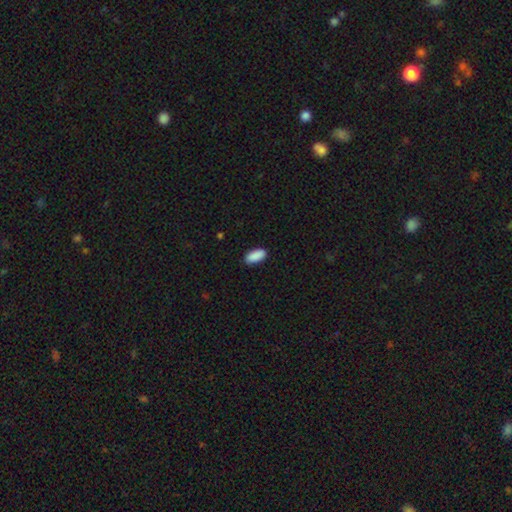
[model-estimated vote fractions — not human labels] Overall: smooth (91%). How rounded: in between (87%). Merging: none (89%).